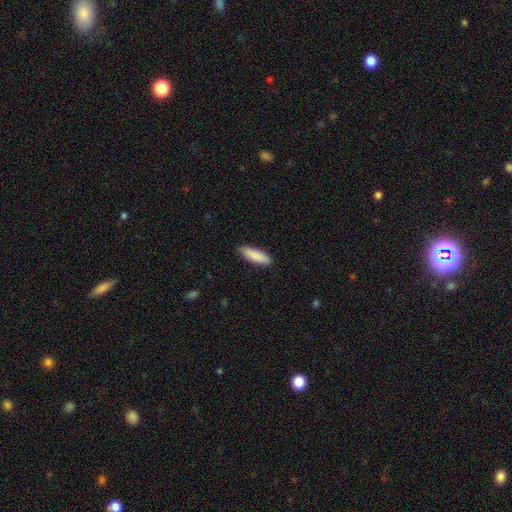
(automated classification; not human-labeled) smooth_or_featured: smooth (p=0.88) [alt: featured or disk p=0.06]
how_rounded: cigar-shaped (p=0.54) [alt: in between p=0.45]
merging: none (p=0.88) [alt: minor disturbance p=0.10]